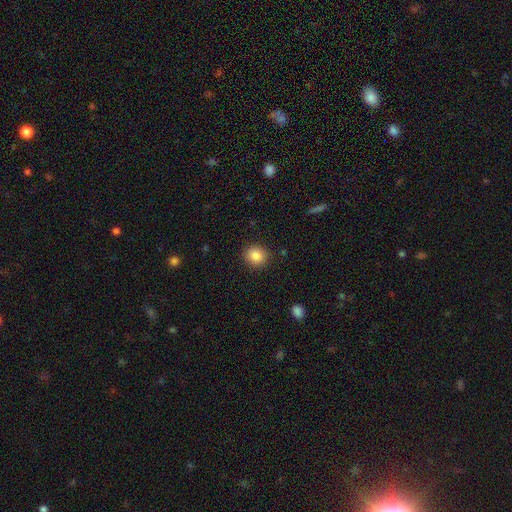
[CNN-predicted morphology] type=smooth (85%); roundness=round (78%); merging=none (89%).